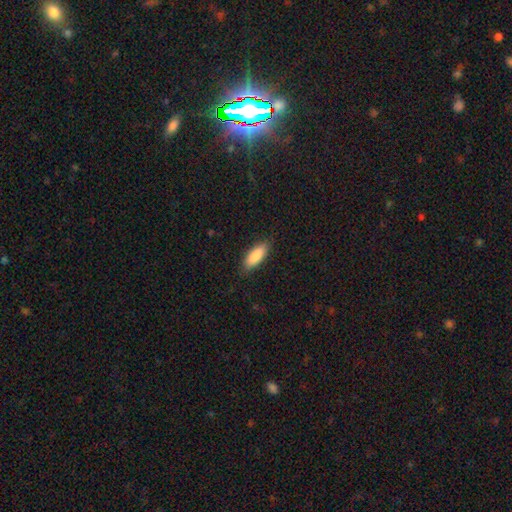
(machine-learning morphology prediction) Smooth or featured? Predicted: smooth (p=0.87). How rounded? Predicted: in between (p=0.67). Merging? Predicted: none (p=0.86).